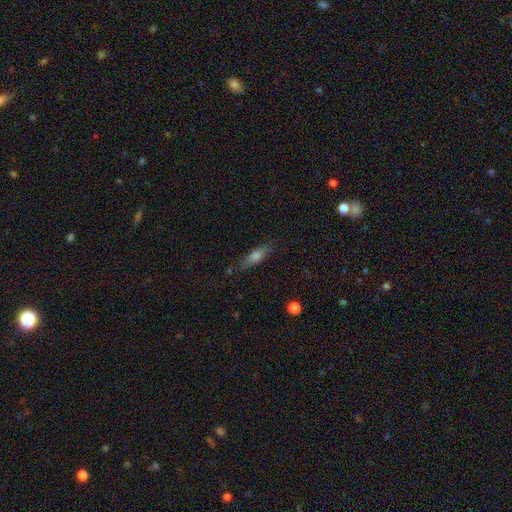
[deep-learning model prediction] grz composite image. It shows a smooth galaxy with no disk features (61%) that is cigar-shaped (61%). Merging: none (80%).